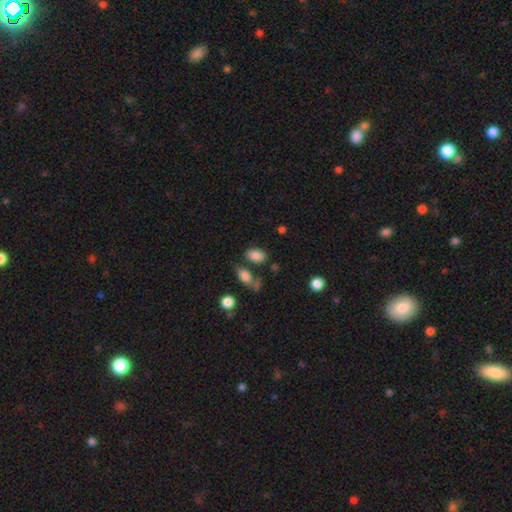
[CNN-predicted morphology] Smooth or featured? Predicted: smooth (p=0.84). How rounded? Predicted: in between (p=0.89). Merging? Predicted: none (p=0.69).